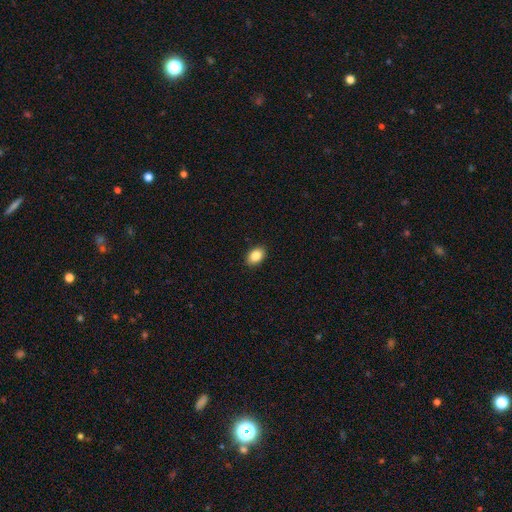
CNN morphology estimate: This is clearly a smooth galaxy (86%). How rounded: clearly in between (83%). Merging: clearly none (91%).